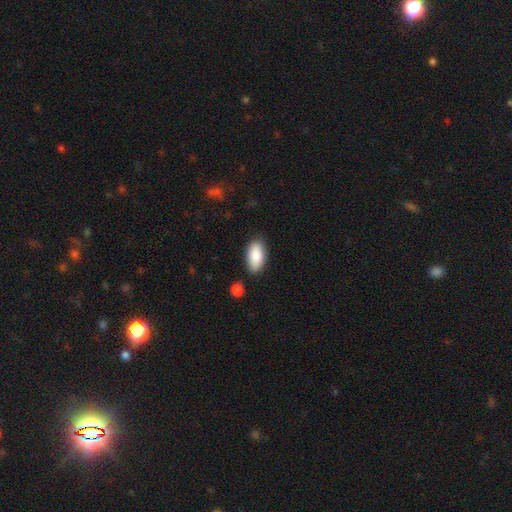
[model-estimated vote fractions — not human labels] Smooth or featured? smooth (88%)
How rounded? in between (92%)
Merging? none (81%)